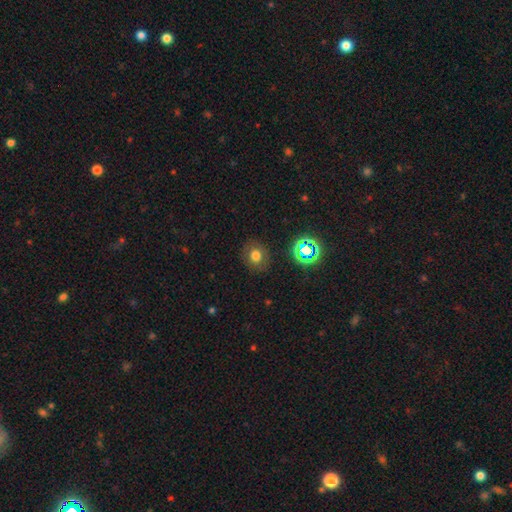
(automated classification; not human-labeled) smooth-or-featured: smooth: 69% | star or artifact: 19% | featured or disk: 12%
  how-rounded: round: 69% | in between: 30% | cigar-shaped: 1%
  merging: none: 84% | minor disturbance: 11% | major disturbance: 4% | merger: 1%